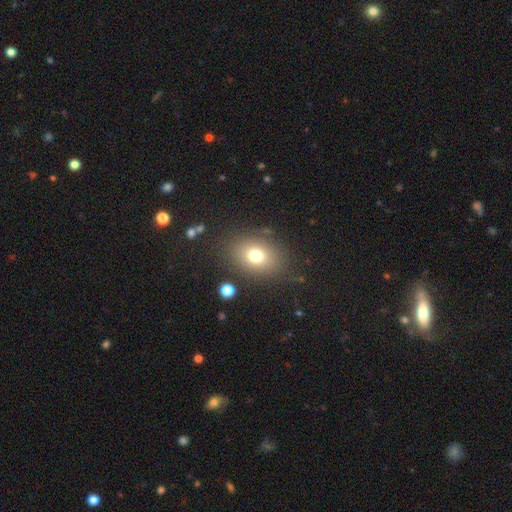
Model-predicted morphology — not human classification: The model was most divided on "how rounded": in between: 66%, round: 32%, cigar-shaped: 1%. More confident: merging — none (80%); smooth or featured — smooth (74%).